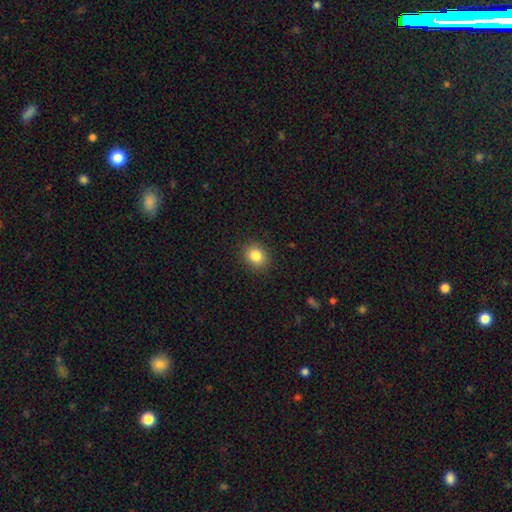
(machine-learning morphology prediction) smooth_or_featured: smooth (p=0.85) [alt: star or artifact p=0.10]
how_rounded: round (p=0.63) [alt: in between p=0.36]
merging: none (p=0.89) [alt: minor disturbance p=0.08]